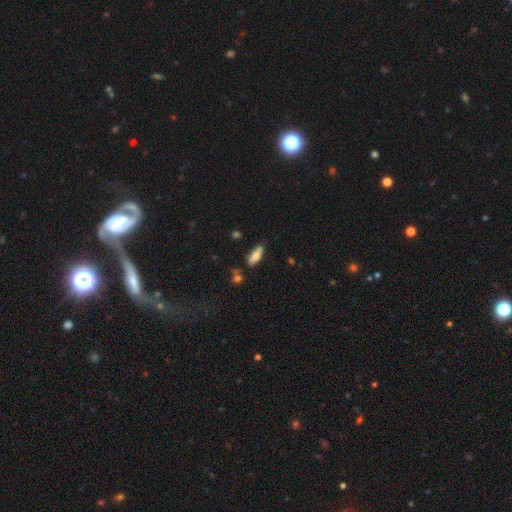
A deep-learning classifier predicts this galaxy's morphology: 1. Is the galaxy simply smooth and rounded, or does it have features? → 69% smooth, 24% featured or disk, 7% star or artifact.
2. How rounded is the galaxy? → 63% in between, 34% cigar-shaped, 2% round.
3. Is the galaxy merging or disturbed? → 75% none, 16% minor disturbance, 6% merger, 3% major disturbance.